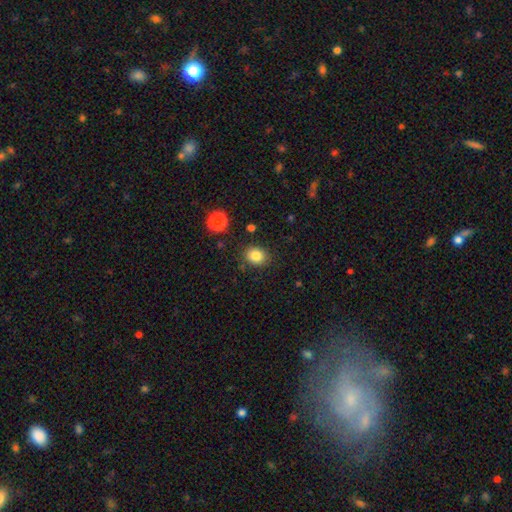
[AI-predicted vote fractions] This is clearly a smooth galaxy (83%). How rounded: possibly round (58%). Merging: clearly none (84%).